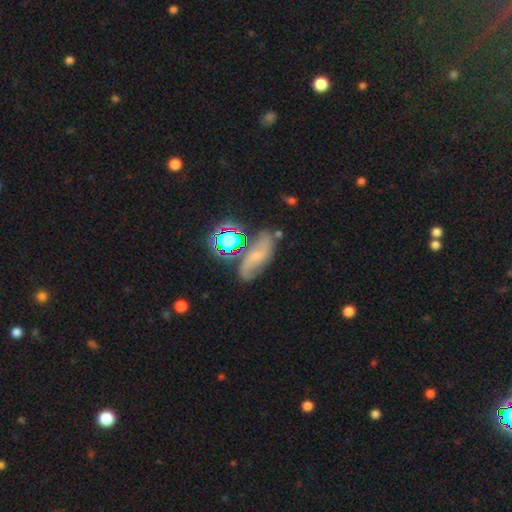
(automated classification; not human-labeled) Q: Smooth or featured?
A: featured or disk (52%); runner-up: smooth (29%)
Q: Edge-on disk?
A: no (90%); runner-up: yes (10%)
Q: Merging?
A: none (60%); runner-up: minor disturbance (21%)